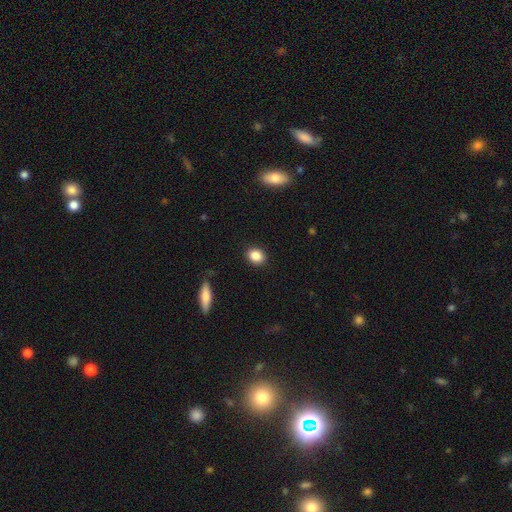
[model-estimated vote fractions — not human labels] The model was most divided on "how rounded": round: 52%, in between: 46%, cigar-shaped: 2%. More confident: merging — none (89%); smooth or featured — smooth (87%).